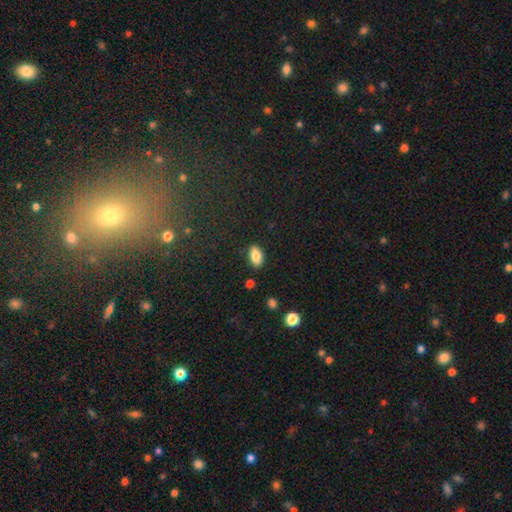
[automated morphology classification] A smooth galaxy with no disk features (85%) that is in between round and cigar-shaped (92%).

Vote fractions:
- Smooth or featured? smooth: 85% / star or artifact: 8% / featured or disk: 7%
- How rounded? in between: 92% / round: 5% / cigar-shaped: 3%
- Merging? none: 87% / minor disturbance: 9% / major disturbance: 2% / merger: 2%